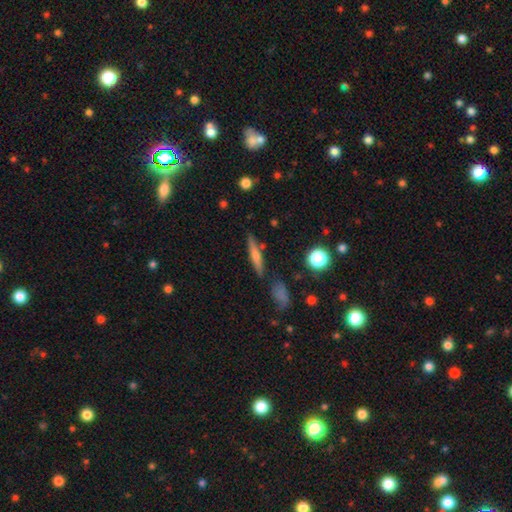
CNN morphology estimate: This is possibly a smooth galaxy (58%). How rounded: clearly cigar-shaped (86%). Merging: likely none (80%).